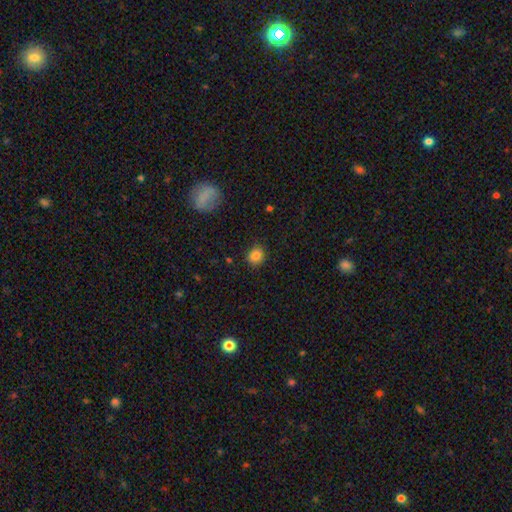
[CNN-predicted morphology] A smooth galaxy with no disk features (83%) that is round (71%).

Vote fractions:
- Smooth or featured? smooth: 83% / star or artifact: 11% / featured or disk: 6%
- How rounded? round: 71% / in between: 28% / cigar-shaped: 1%
- Merging? none: 86% / minor disturbance: 10% / major disturbance: 2% / merger: 1%